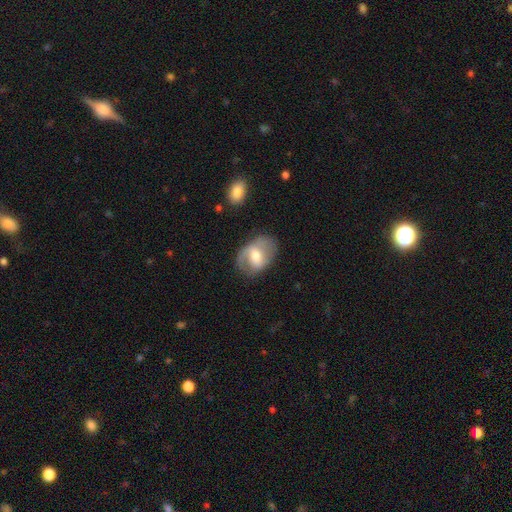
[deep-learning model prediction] smooth-or-featured: featured or disk: 56% | smooth: 37% | star or artifact: 7%
  disk-edge-on: no: 95% | yes: 5%
    bar: weak: 47% | strong: 27% | no: 26%
    has-spiral-arms: yes: 69% | no: 31%
    bulge-size: moderate: 63% | small: 23% | large: 10% | none: 2% | dominant: 1%
  merging: none: 65% | minor disturbance: 22% | major disturbance: 11% | merger: 2%